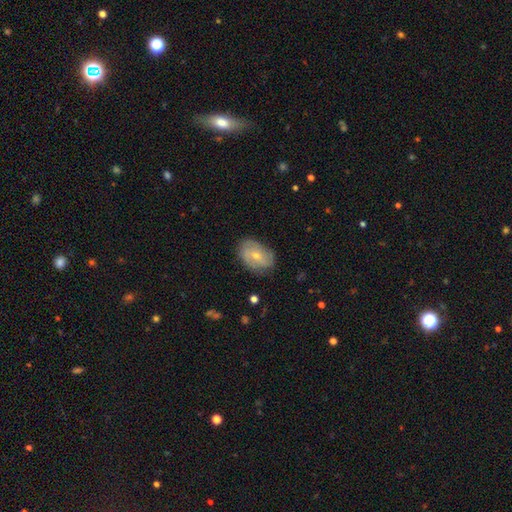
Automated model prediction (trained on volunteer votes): This is possibly a featured or disk galaxy (50%). It is clearly not viewed edge-on (95%). Merging: likely none (75%).